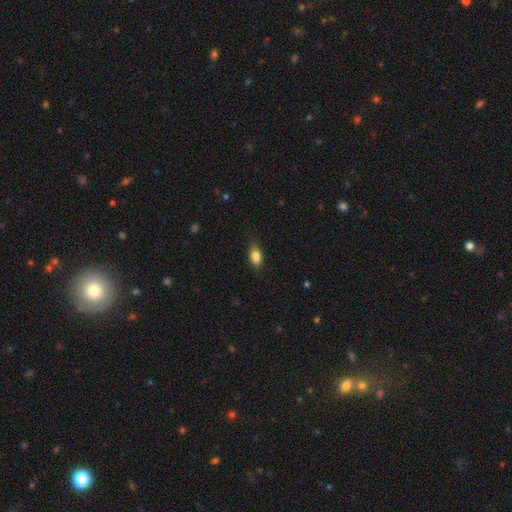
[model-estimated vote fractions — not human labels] Overall: smooth (85%). How rounded: in between (84%). Merging: none (77%).